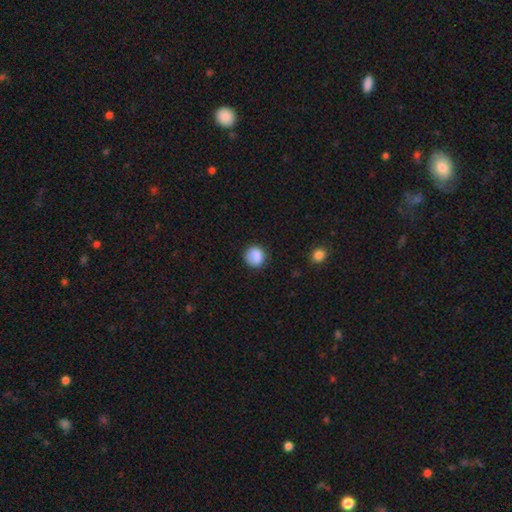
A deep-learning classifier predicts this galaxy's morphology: Overall: smooth (84%). How rounded: round (85%). Merging: none (75%).